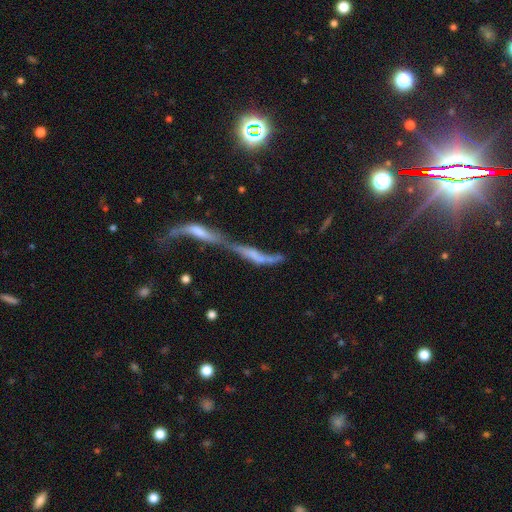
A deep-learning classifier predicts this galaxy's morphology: Smooth or featured? Predicted: featured or disk (p=0.51). Edge-on disk? Predicted: no (p=0.66). Merging? Predicted: merger (p=0.80).